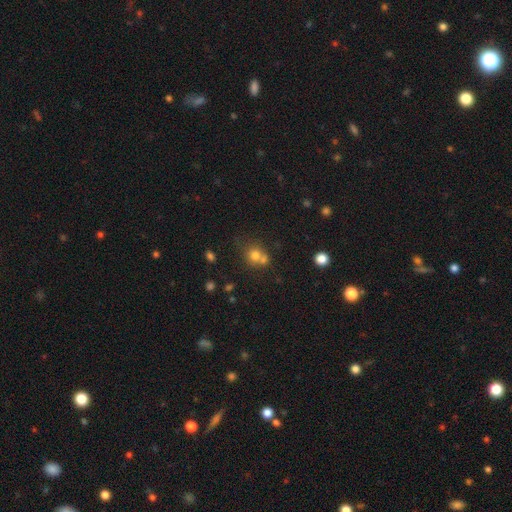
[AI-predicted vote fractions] Smooth or featured: smooth — 72% (star or artifact — 15%)
How rounded: round — 81% (in between — 18%)
Merging: none — 44% (merger — 42%)